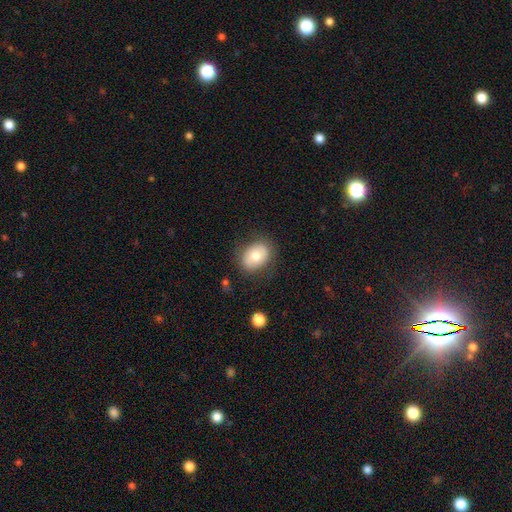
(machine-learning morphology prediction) This is likely a smooth galaxy (72%). How rounded: likely in between (67%). Merging: clearly none (80%).